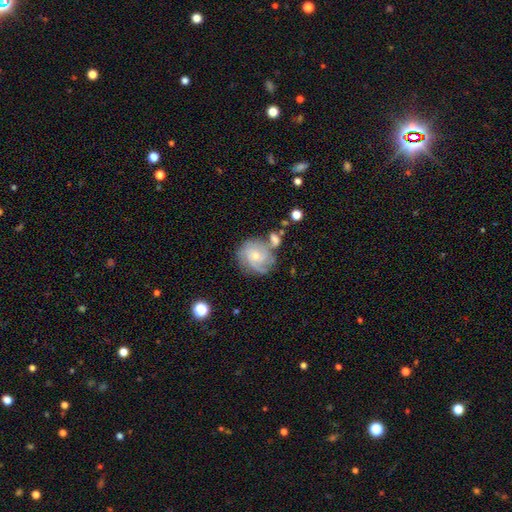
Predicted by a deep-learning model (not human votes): A featured or disk galaxy (72%) with no bar (72%), 3 (31%) tight (54%) spiral arms (92%) and a small central bulge (64%).

Vote fractions:
- Smooth or featured? featured or disk: 72% / smooth: 21% / star or artifact: 7%
- Edge-on disk? no: 98% / yes: 2%
- Bar? no: 72% / weak: 24% / strong: 4%
- Spiral arms? yes: 92% / no: 8%
- Spiral winding? tight: 54% / medium: 35% / loose: 11%
- Spiral arm count? 3: 31% / can't tell: 28% / 2: 20% / 4: 11% / 1: 5% / more than 4: 5%
- Bulge size? small: 64% / moderate: 31% / none: 3% / large: 2% / dominant: 1%
- Merging? none: 52% / minor disturbance: 20% / merger: 18% / major disturbance: 10%